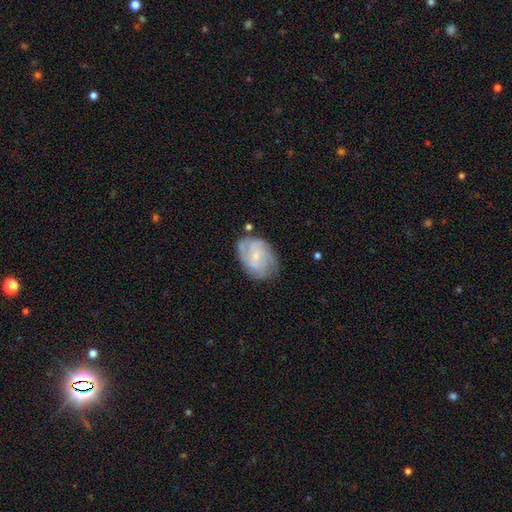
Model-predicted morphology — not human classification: Smooth or featured?
  - featured or disk: 67% *
  - smooth: 26%
  - star or artifact: 7%
Edge-on disk?
  - no: 97% *
  - yes: 3%
Bar?
  - no: 51% *
  - weak: 42%
  - strong: 7%
Spiral arms?
  - yes: 86% *
  - no: 14%
Spiral winding?
  - tight: 46% *
  - medium: 39%
  - loose: 15%
Spiral arm count?
  - can't tell: 39% *
  - 3: 21%
  - 2: 18%
  - 4: 13%
  - 1: 5%
  - more than 4: 4%
Bulge size?
  - small: 69% *
  - moderate: 22%
  - none: 7%
  - large: 1%
  - dominant: 1%
Merging?
  - none: 65% *
  - minor disturbance: 24%
  - major disturbance: 8%
  - merger: 3%